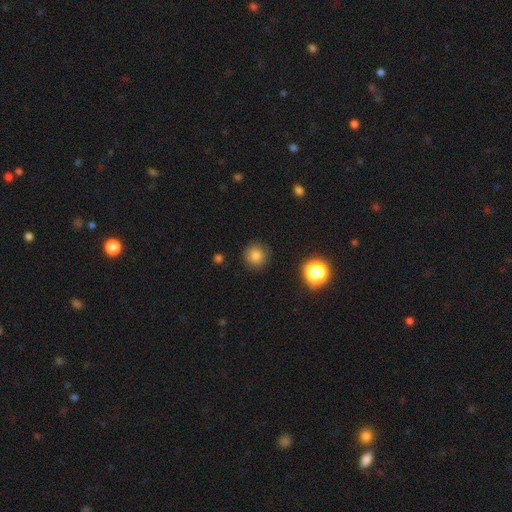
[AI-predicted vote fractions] smooth 82%, star or artifact 13%, featured or disk 5%. Down the decision tree: how rounded — round (94%); merging — none (89%).